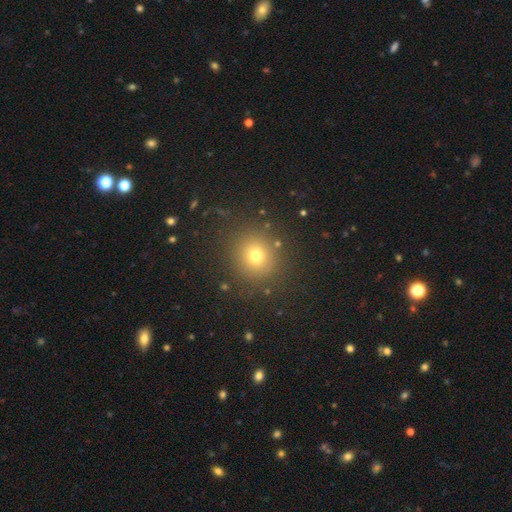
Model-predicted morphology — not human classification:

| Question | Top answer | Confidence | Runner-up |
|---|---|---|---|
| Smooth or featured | smooth | 71% | star or artifact (20%) |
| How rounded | round | 90% | in between (9%) |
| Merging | none | 87% | minor disturbance (8%) |